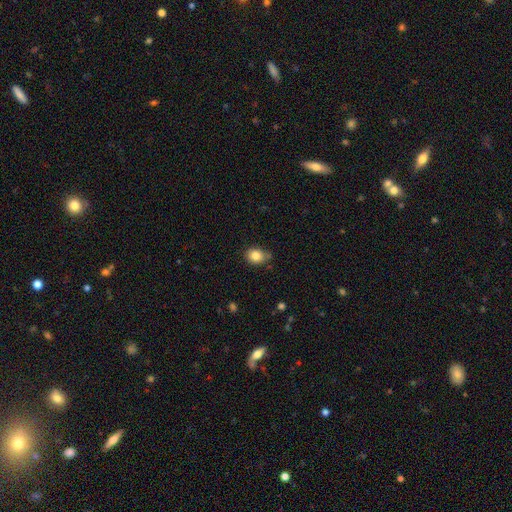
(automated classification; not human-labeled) Smooth or featured?
  - smooth: 84% *
  - star or artifact: 10%
  - featured or disk: 7%
How rounded?
  - round: 56% *
  - in between: 43%
  - cigar-shaped: 1%
Merging?
  - none: 73% *
  - minor disturbance: 19%
  - merger: 4%
  - major disturbance: 3%